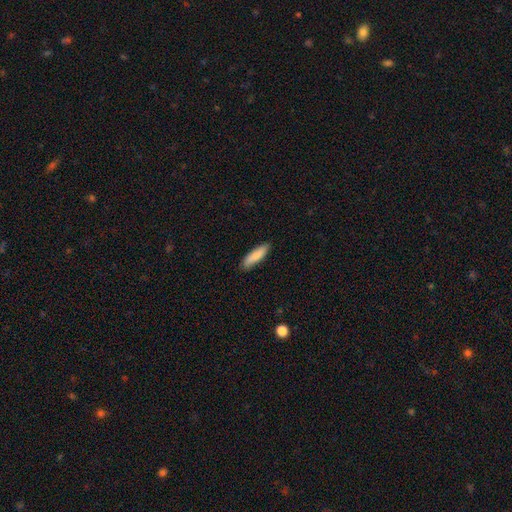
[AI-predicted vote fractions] A smooth galaxy with no disk features (85%) that is cigar-shaped (64%). Merging: none (86%).